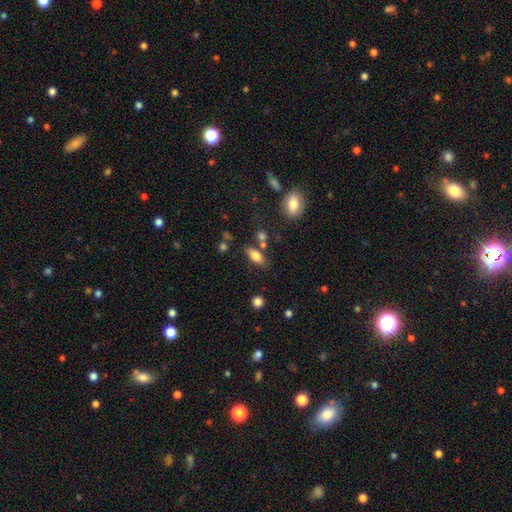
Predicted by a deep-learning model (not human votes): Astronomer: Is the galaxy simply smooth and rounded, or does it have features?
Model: smooth — 79%.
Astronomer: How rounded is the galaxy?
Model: in between — 84%.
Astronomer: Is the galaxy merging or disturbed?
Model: none — 69%.